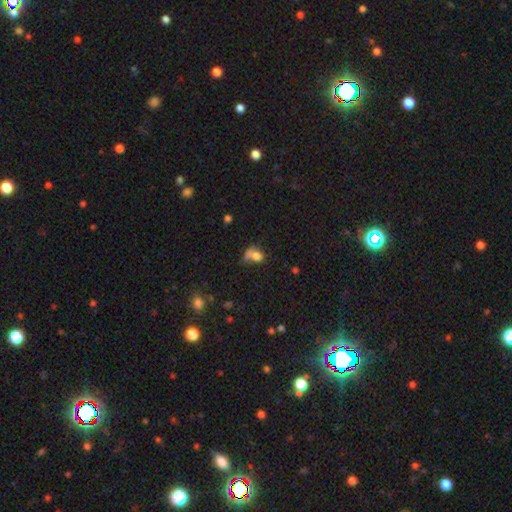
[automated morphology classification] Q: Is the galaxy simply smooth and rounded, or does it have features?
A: smooth — 71%.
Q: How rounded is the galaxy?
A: round — 57%.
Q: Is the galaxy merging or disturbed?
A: none — 35%.